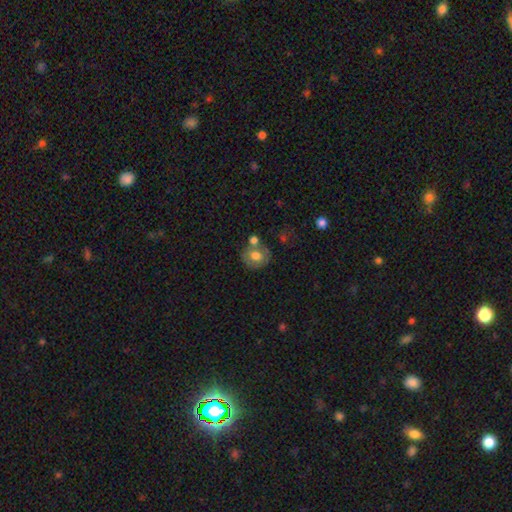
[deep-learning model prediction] This is likely a smooth galaxy (65%). How rounded: likely round (73%). Merging: possibly none (56%).